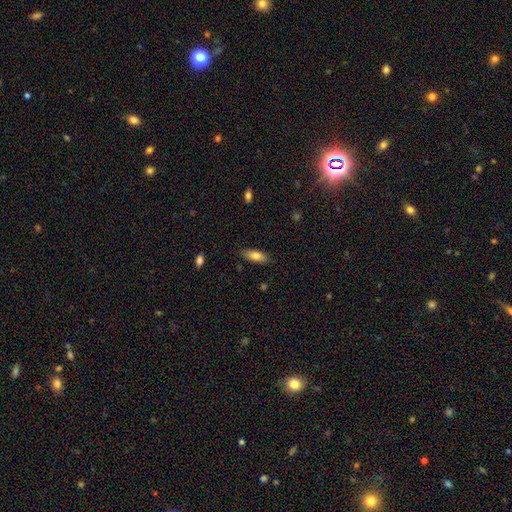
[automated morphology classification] Q: Smooth or featured?
A: smooth (76%); runner-up: featured or disk (17%)
Q: How rounded?
A: in between (76%); runner-up: cigar-shaped (21%)
Q: Merging?
A: none (84%); runner-up: minor disturbance (12%)